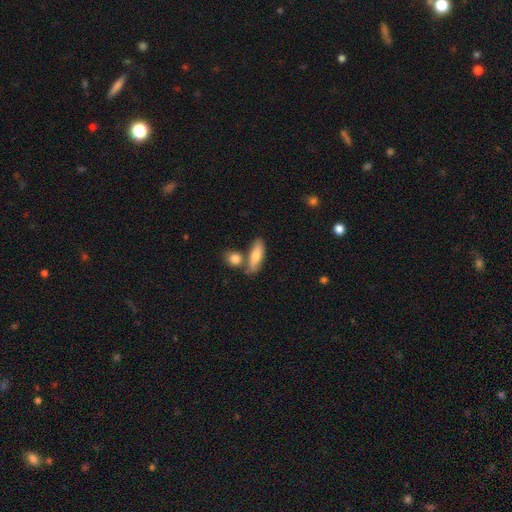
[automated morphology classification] This appears to be a smooth galaxy with no disk features (71%) that is in between round and cigar-shaped (56%). Merging: none (61%).